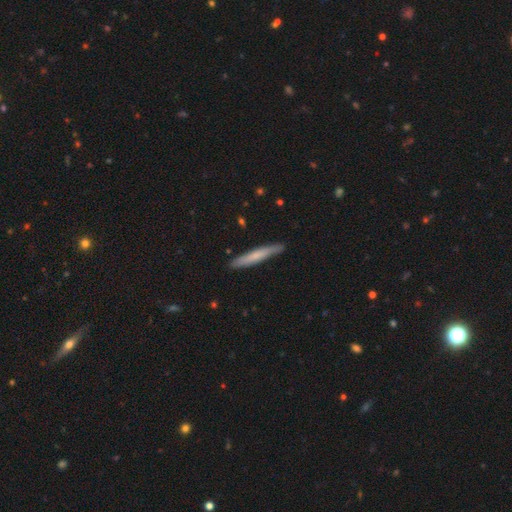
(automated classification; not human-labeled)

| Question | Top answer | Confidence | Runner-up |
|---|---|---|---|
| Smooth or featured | smooth | 63% | featured or disk (31%) |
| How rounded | cigar-shaped | 96% | in between (3%) |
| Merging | none | 88% | minor disturbance (9%) |